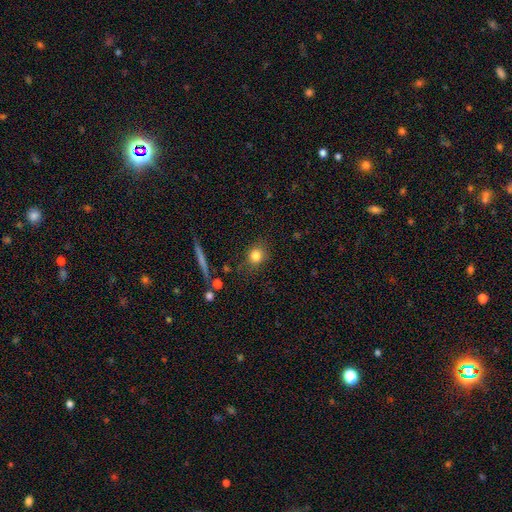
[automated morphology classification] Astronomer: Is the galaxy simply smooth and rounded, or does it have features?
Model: smooth — 81%.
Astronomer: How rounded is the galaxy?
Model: round — 78%.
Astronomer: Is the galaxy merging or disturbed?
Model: none — 81%.